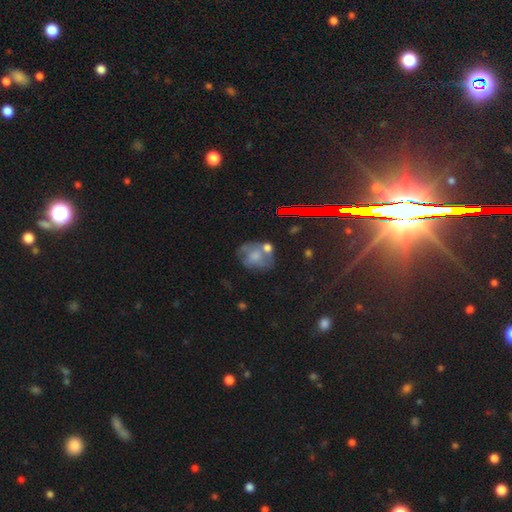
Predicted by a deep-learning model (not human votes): Overall: smooth (42%, tied with featured or disk). Merging: none (41%; minor disturbance 23%).